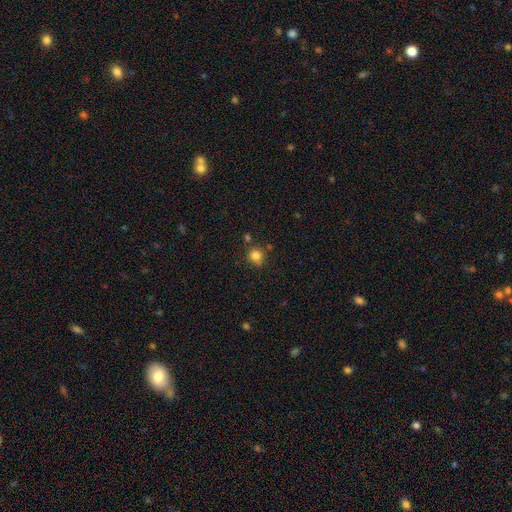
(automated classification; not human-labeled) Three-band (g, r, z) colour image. It shows a smooth galaxy with no disk features (82%) that is round (86%). Merging: none (72%).